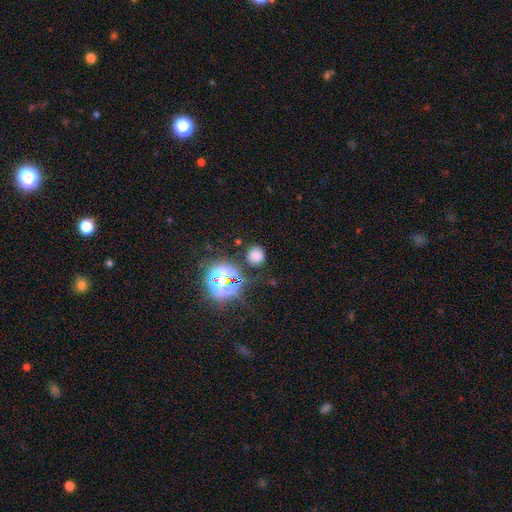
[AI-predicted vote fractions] smooth_or_featured: smooth (p=0.68) [alt: star or artifact p=0.26]
how_rounded: round (p=0.88) [alt: in between p=0.11]
merging: none (p=0.83) [alt: minor disturbance p=0.09]